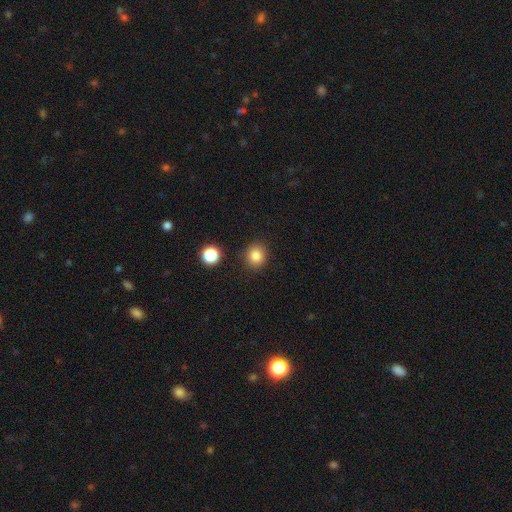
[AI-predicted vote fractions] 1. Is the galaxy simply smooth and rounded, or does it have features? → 84% smooth, 11% star or artifact, 5% featured or disk.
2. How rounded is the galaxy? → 82% round, 17% in between, 1% cigar-shaped.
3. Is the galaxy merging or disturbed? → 88% none, 7% minor disturbance, 3% merger, 2% major disturbance.